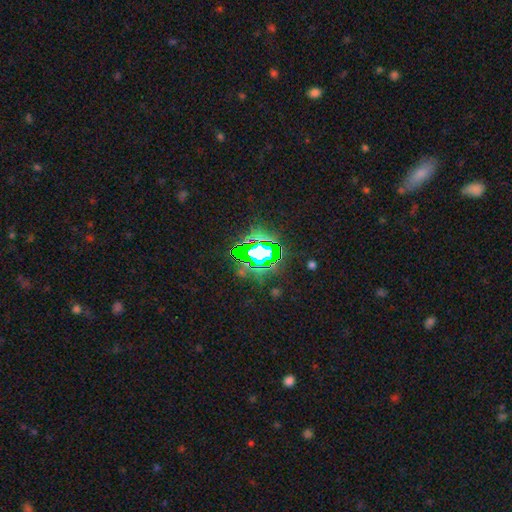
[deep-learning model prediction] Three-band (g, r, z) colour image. It shows a star or artifact, not a galaxy (80%).